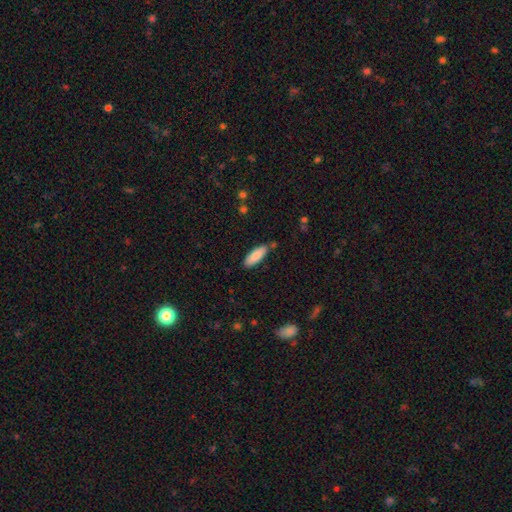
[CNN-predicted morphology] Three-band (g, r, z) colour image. It shows a smooth galaxy with no disk features (86%) that is in between round and cigar-shaped (59%). Merging: none (80%).